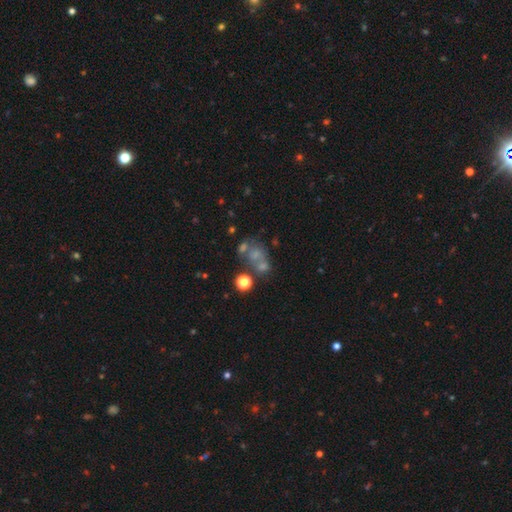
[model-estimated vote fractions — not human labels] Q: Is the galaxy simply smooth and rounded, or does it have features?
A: smooth — 42%.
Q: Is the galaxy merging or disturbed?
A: merger — 39%.